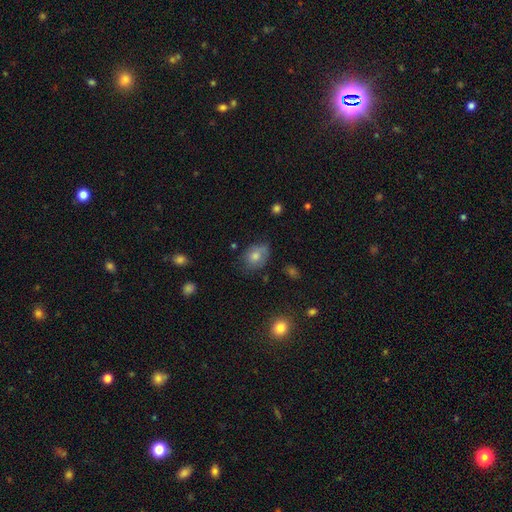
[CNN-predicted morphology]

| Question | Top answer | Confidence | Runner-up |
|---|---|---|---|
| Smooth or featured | smooth | 74% | featured or disk (17%) |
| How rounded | in between | 62% | round (36%) |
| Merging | none | 60% | minor disturbance (29%) |